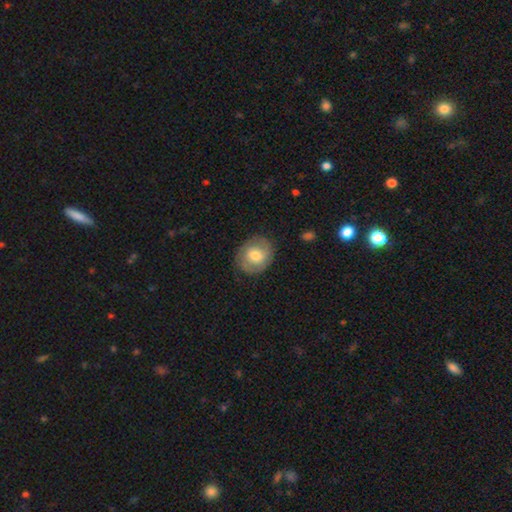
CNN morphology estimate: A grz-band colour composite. It shows a smooth galaxy with no disk features (48%). Merging: none (80%).